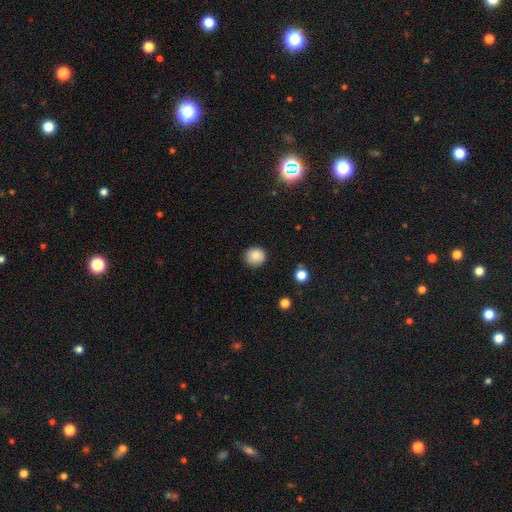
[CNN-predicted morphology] Q: Smooth or featured?
A: smooth (82%); runner-up: star or artifact (9%)
Q: How rounded?
A: round (88%); runner-up: in between (11%)
Q: Merging?
A: none (85%); runner-up: minor disturbance (11%)